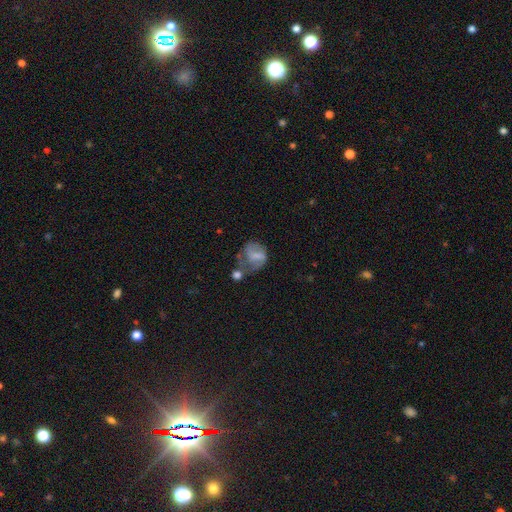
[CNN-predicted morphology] smooth_or_featured: smooth (p=0.49) [alt: featured or disk p=0.42]
merging: none (p=0.31) [alt: major disturbance p=0.25]